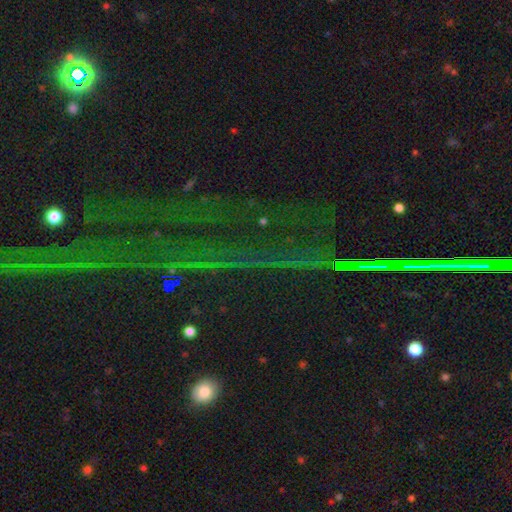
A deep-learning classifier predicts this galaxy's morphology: smooth_or_featured: star or artifact (p=0.78) [alt: featured or disk p=0.11]